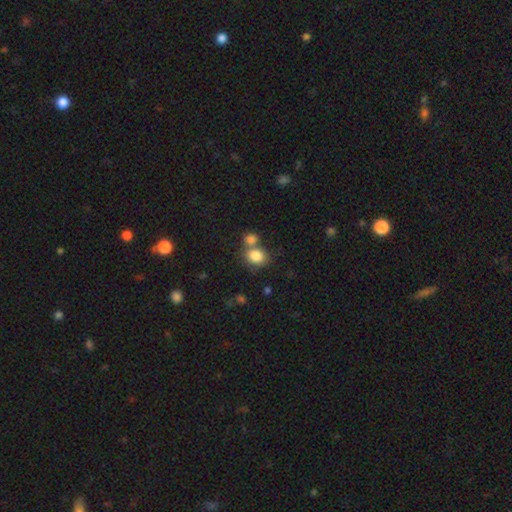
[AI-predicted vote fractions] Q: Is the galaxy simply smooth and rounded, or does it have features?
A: smooth — 83%.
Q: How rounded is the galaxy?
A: round — 51%.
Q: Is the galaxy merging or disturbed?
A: none — 47%.